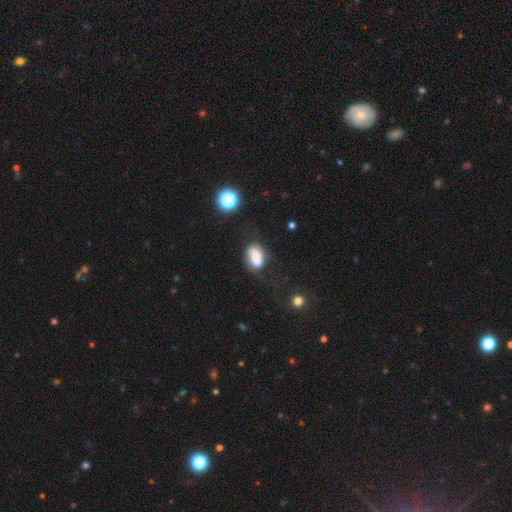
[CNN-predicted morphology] Overall: smooth (64%; featured or disk 26%). How rounded: in between (77%). Merging: none (51%; minor disturbance 24%).